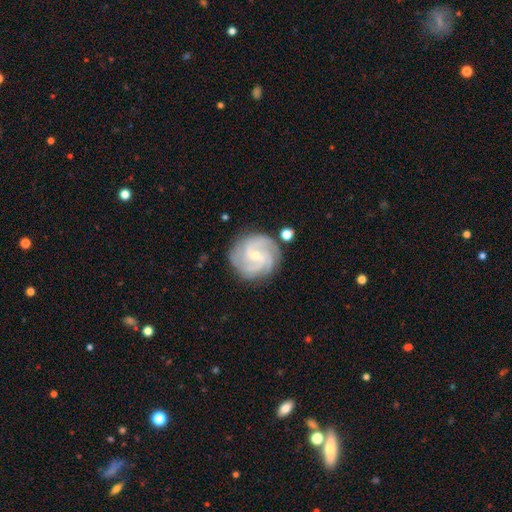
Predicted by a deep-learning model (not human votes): Smooth or featured? Predicted: featured or disk (p=0.88). Edge-on disk? Predicted: no (p=0.98). Bar? Predicted: no (p=0.48). Spiral arms? Predicted: yes (p=0.98). Spiral winding? Predicted: tight (p=0.56). Spiral arm count? Predicted: 3 (p=0.41). Bulge size? Predicted: small (p=0.73). Merging? Predicted: none (p=0.81).